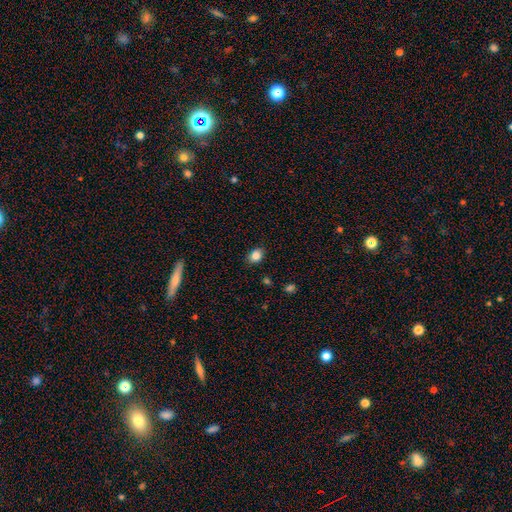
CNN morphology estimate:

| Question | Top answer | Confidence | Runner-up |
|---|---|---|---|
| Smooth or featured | smooth | 84% | star or artifact (10%) |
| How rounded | in between | 58% | round (41%) |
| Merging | none | 86% | minor disturbance (10%) |